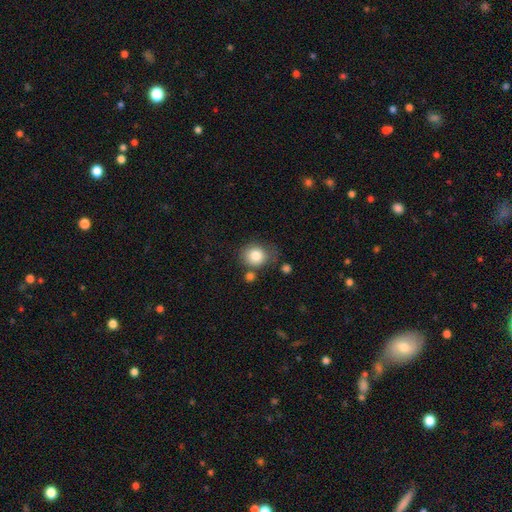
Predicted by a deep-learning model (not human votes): smooth-or-featured: smooth: 82% | star or artifact: 9% | featured or disk: 8%
  how-rounded: round: 76% | in between: 23% | cigar-shaped: 1%
  merging: none: 63% | minor disturbance: 20% | merger: 10% | major disturbance: 7%